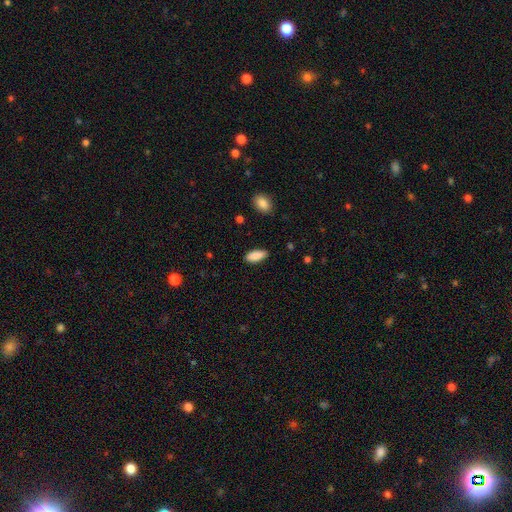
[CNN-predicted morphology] Smooth or featured?
  - smooth: 88% *
  - star or artifact: 6%
  - featured or disk: 6%
How rounded?
  - in between: 84% *
  - cigar-shaped: 15%
  - round: 2%
Merging?
  - none: 86% *
  - minor disturbance: 11%
  - major disturbance: 2%
  - merger: 1%